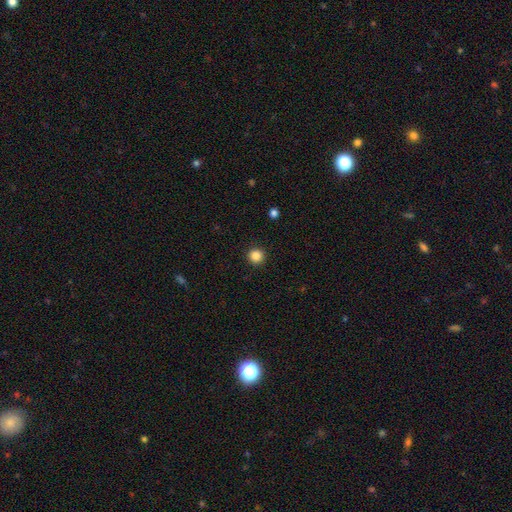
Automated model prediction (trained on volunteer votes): A smooth galaxy with no disk features (86%) that is round (95%). Merging: none (93%).